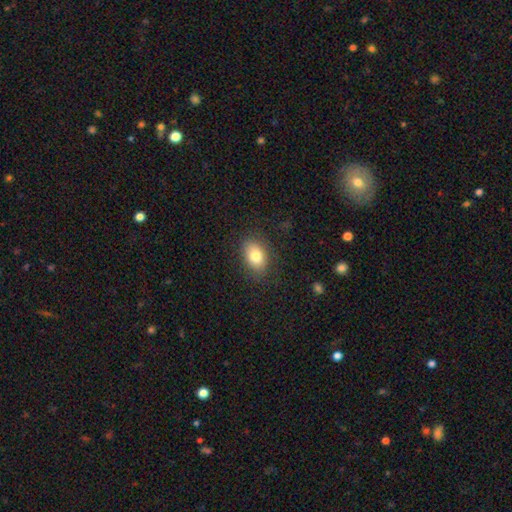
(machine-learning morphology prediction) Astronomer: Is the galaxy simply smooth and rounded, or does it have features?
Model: smooth — 80%.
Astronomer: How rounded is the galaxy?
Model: in between — 81%.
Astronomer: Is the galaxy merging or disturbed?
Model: none — 84%.